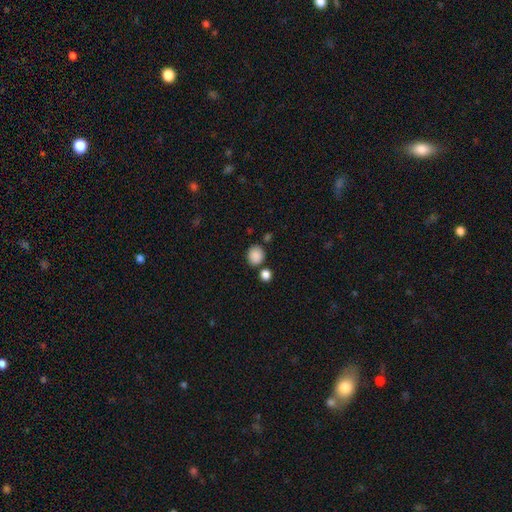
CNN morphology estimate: This is clearly a smooth galaxy (87%). How rounded: likely round (77%). Merging: likely none (76%).